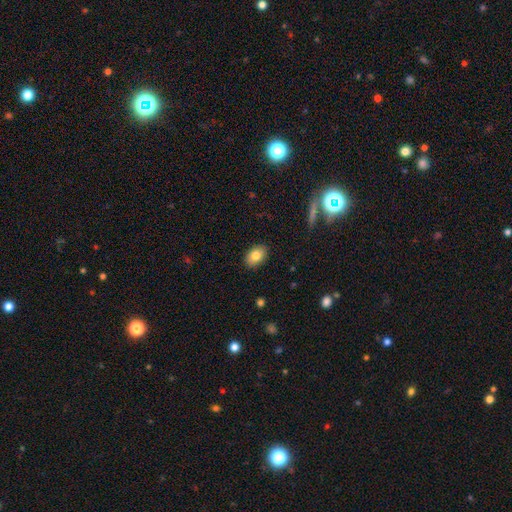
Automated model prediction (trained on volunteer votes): This appears to be a smooth galaxy with no disk features (80%) that is in between round and cigar-shaped (87%). Merging: none (88%).